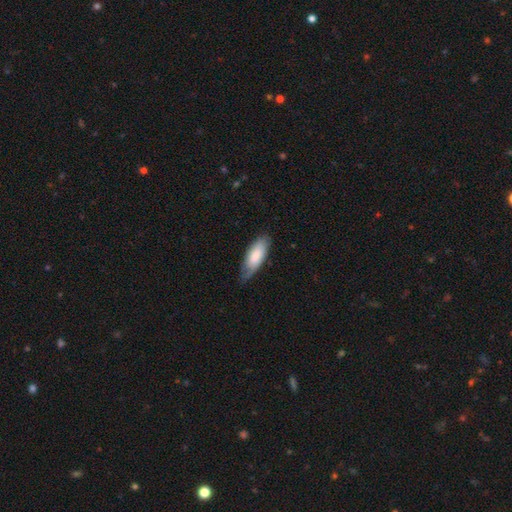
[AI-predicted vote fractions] Q: Smooth or featured?
A: smooth (74%); runner-up: featured or disk (21%)
Q: How rounded?
A: in between (76%); runner-up: cigar-shaped (22%)
Q: Merging?
A: none (64%); runner-up: minor disturbance (29%)